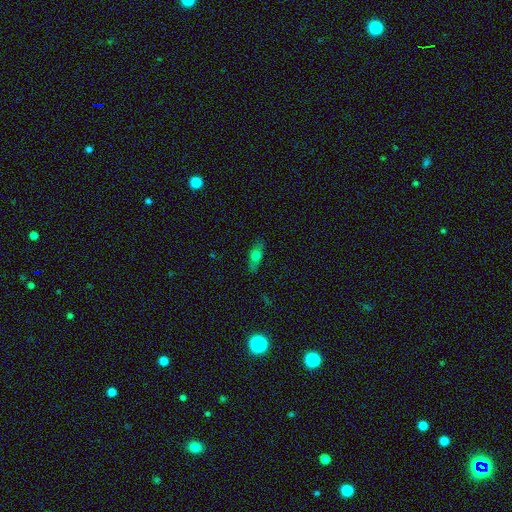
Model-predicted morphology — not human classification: Smooth or featured: smooth — 59% (featured or disk — 30%)
How rounded: in between — 58% (cigar-shaped — 35%)
Merging: none — 82% (minor disturbance — 14%)